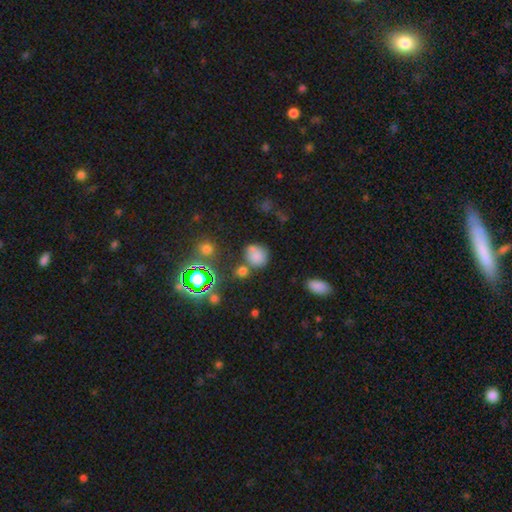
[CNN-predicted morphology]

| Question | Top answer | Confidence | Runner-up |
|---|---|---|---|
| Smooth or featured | smooth | 69% | star or artifact (20%) |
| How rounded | round | 77% | in between (22%) |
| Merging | none | 56% | merger (21%) |